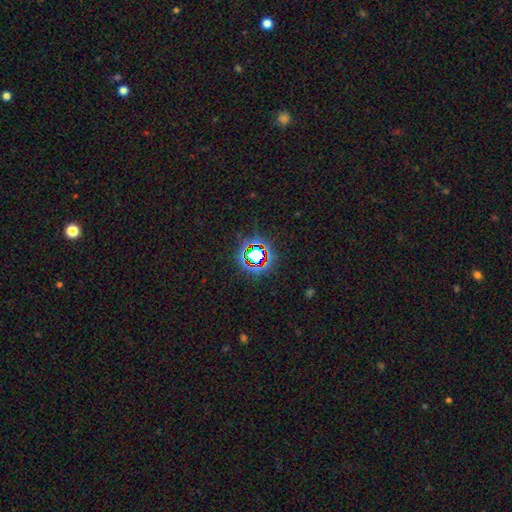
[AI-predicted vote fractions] Overall: star or artifact (71%).